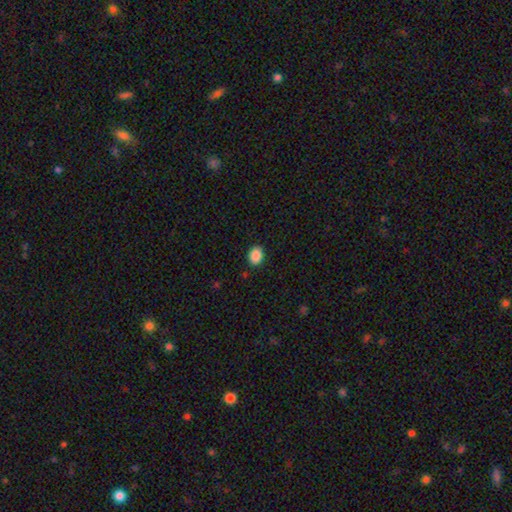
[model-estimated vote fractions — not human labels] This is clearly a smooth galaxy (88%). How rounded: possibly in between (55%). Merging: clearly none (89%).